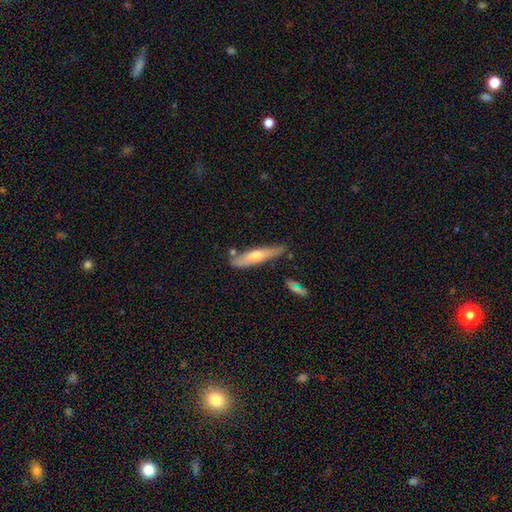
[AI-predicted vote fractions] smooth 50%, featured or disk 44%, star or artifact 6%. Down the decision tree: how rounded — cigar-shaped (82%); merging — none (70%).